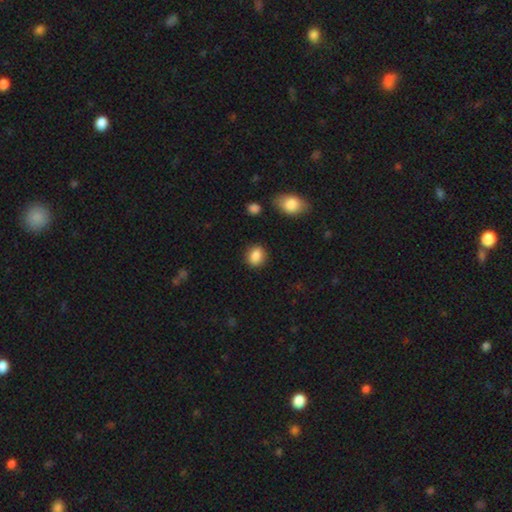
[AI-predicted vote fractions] smooth-or-featured: smooth: 87% | star or artifact: 8% | featured or disk: 4%
  how-rounded: in between: 51% | round: 48% | cigar-shaped: 1%
  merging: none: 86% | minor disturbance: 9% | major disturbance: 3% | merger: 2%